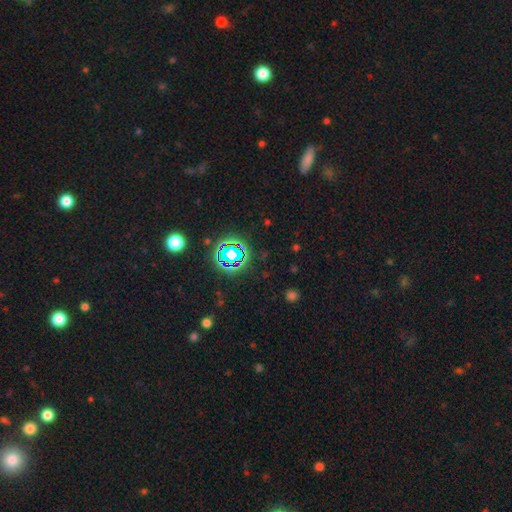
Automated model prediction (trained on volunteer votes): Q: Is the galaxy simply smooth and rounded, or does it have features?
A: star or artifact — 76%.